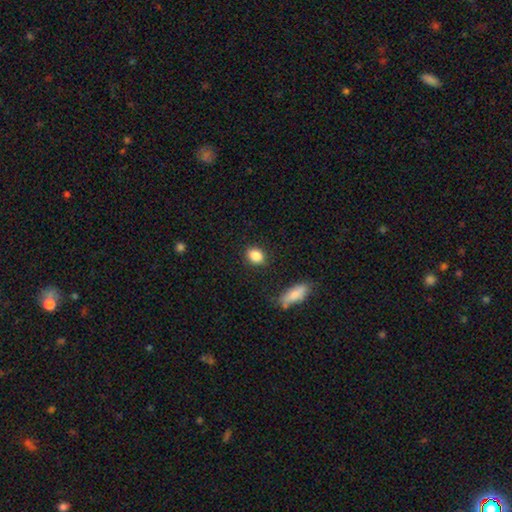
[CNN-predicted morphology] smooth-or-featured: smooth: 86% | star or artifact: 9% | featured or disk: 5%
  how-rounded: in between: 61% | round: 37% | cigar-shaped: 2%
  merging: none: 85% | minor disturbance: 10% | major disturbance: 3% | merger: 2%